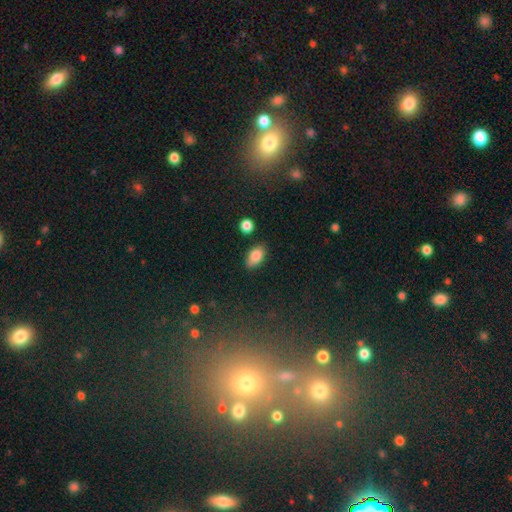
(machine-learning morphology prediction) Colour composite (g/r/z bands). It shows a smooth galaxy with no disk features (85%) that is in between round and cigar-shaped (90%). Merging: none (78%).